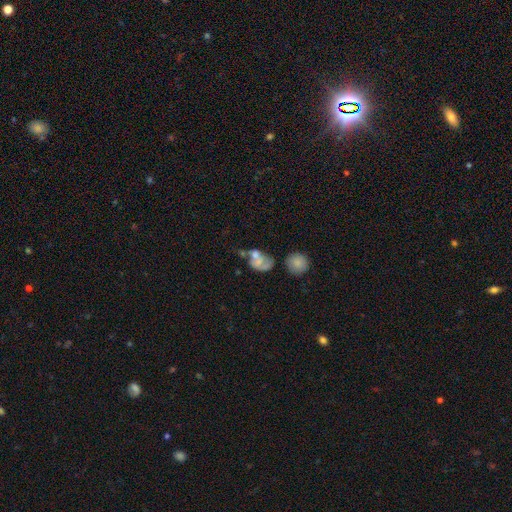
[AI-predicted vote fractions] smooth_or_featured: smooth (p=0.47) [alt: featured or disk p=0.40]
merging: merger (p=0.39) [alt: none p=0.24]